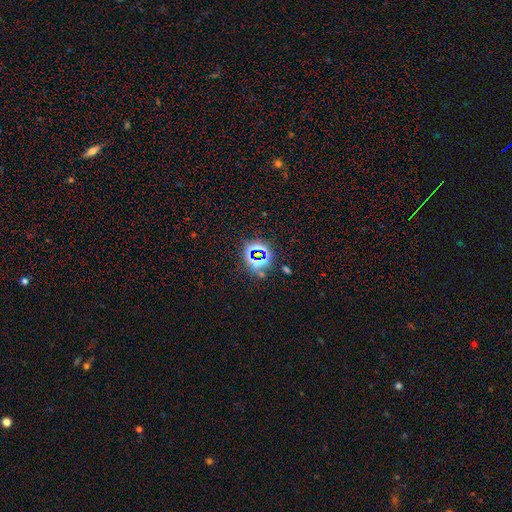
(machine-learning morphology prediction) This appears to be a star or artifact, not a galaxy (76%).